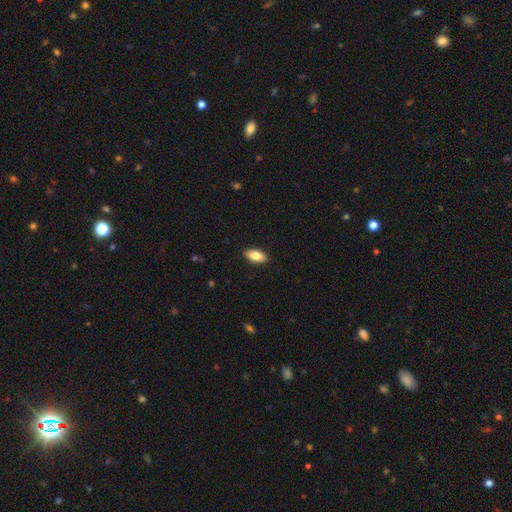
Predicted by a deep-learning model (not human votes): smooth-or-featured: smooth: 83% | featured or disk: 10% | star or artifact: 7%
  how-rounded: in between: 91% | cigar-shaped: 6% | round: 3%
  merging: none: 90% | minor disturbance: 7% | major disturbance: 2% | merger: 1%